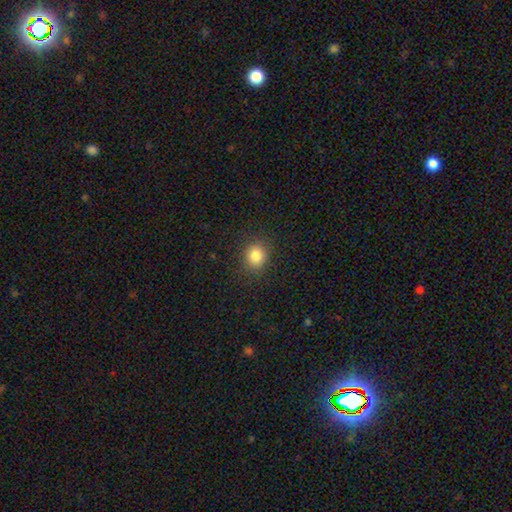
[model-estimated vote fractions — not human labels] This appears to be a smooth galaxy with no disk features (83%) that is round (76%). Merging: none (88%).